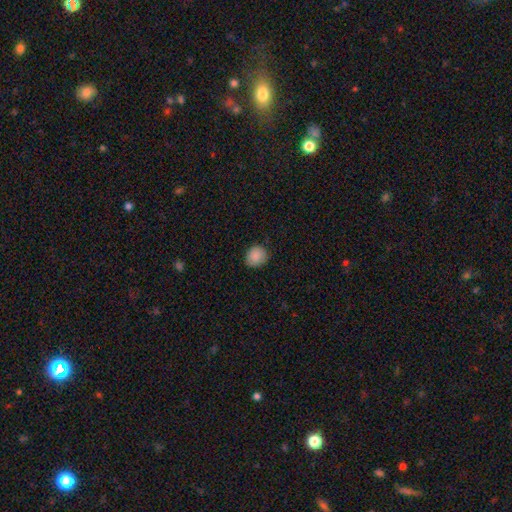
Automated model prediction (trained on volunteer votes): Q: Smooth or featured?
A: smooth (88%); runner-up: star or artifact (8%)
Q: How rounded?
A: round (78%); runner-up: in between (22%)
Q: Merging?
A: none (82%); runner-up: minor disturbance (14%)